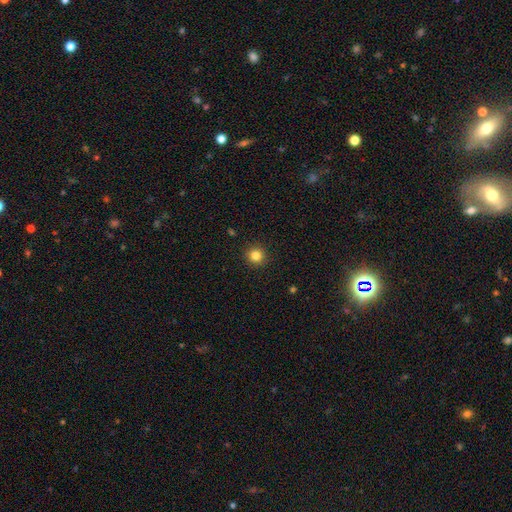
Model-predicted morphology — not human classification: type=smooth (83%); roundness=round (94%); merging=none (93%).